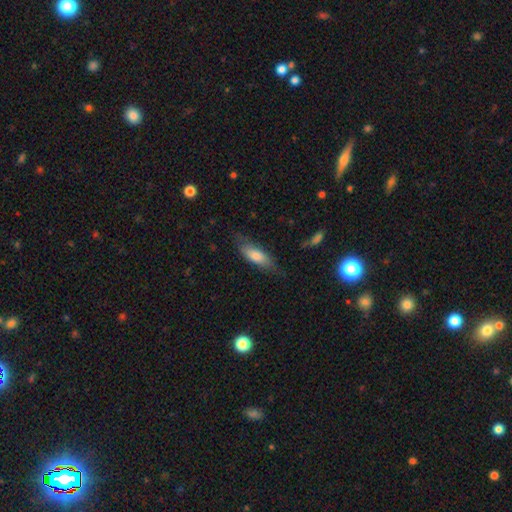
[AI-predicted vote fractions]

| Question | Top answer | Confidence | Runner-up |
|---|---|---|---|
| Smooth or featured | smooth | 73% | featured or disk (21%) |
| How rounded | in between | 60% | cigar-shaped (38%) |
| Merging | none | 68% | minor disturbance (24%) |